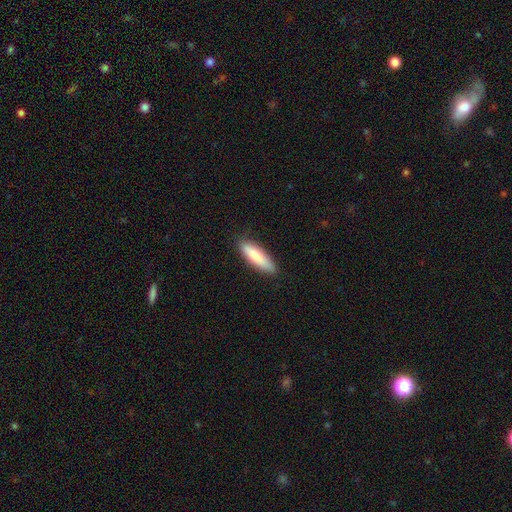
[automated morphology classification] smooth 81%, featured or disk 14%, star or artifact 5%. Down the decision tree: how rounded — cigar-shaped (63%); merging — none (85%).